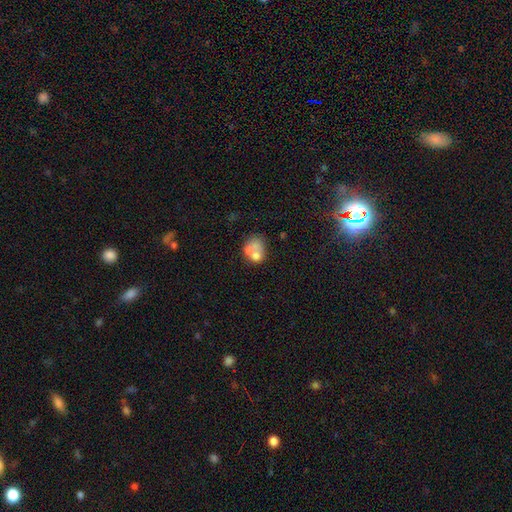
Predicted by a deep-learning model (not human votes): The model was most divided on "how rounded": round: 52%, in between: 47%, cigar-shaped: 1%. More confident: smooth or featured — smooth (56%); merging — merger (52%).